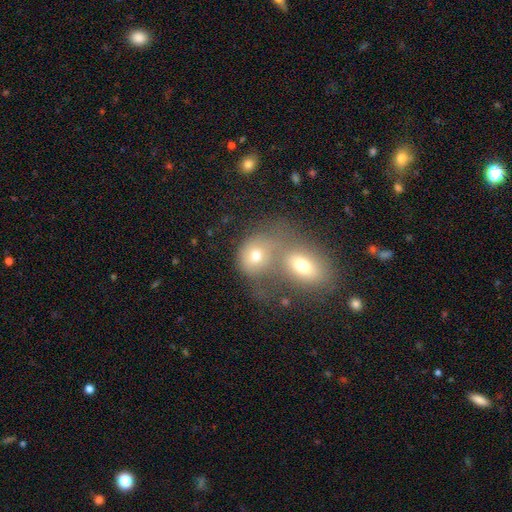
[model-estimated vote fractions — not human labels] smooth_or_featured: smooth (p=0.67) [alt: featured or disk p=0.21]
how_rounded: round (p=0.51) [alt: in between p=0.47]
merging: merger (p=0.65) [alt: none p=0.20]